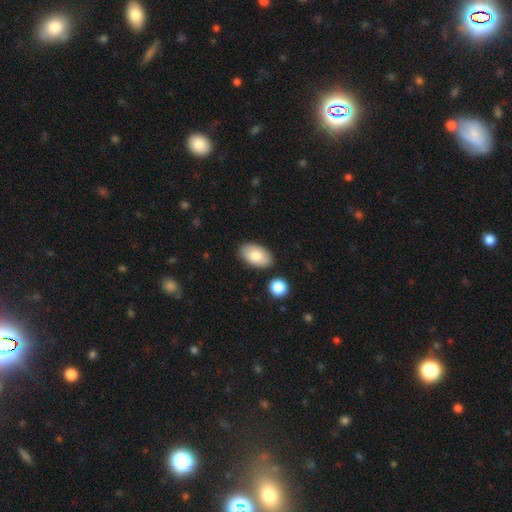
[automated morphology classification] This is clearly a smooth galaxy (82%). How rounded: clearly in between (94%). Merging: clearly none (84%).